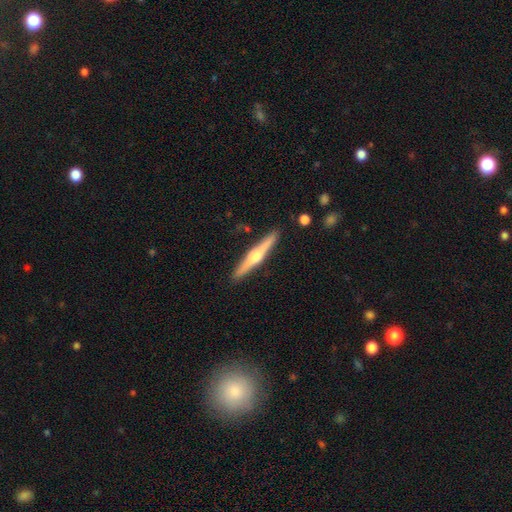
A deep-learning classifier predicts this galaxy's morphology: Smooth or featured? featured or disk (71%)
Edge-on disk? yes (98%)
Edge-on bulge? rounded (93%)
Merging? none (90%)